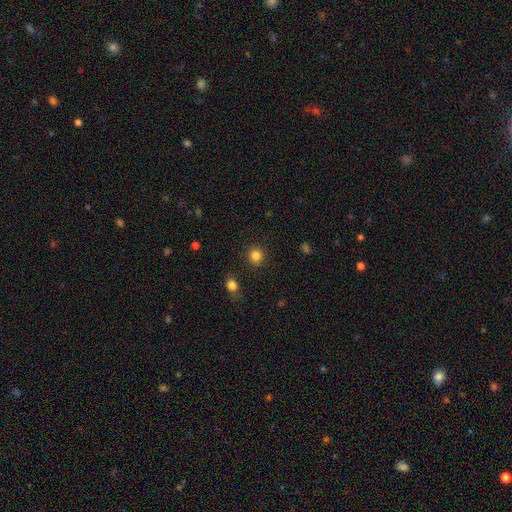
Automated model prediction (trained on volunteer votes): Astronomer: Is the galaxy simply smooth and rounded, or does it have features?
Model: smooth — 84%.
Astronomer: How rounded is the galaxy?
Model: round — 89%.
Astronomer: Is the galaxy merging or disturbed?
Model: none — 89%.